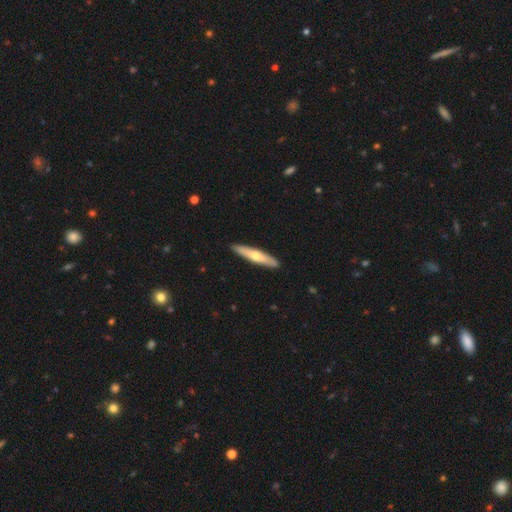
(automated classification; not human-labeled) Smooth or featured: smooth — 53% (featured or disk — 43%)
How rounded: cigar-shaped — 89% (in between — 10%)
Merging: none — 92% (minor disturbance — 6%)